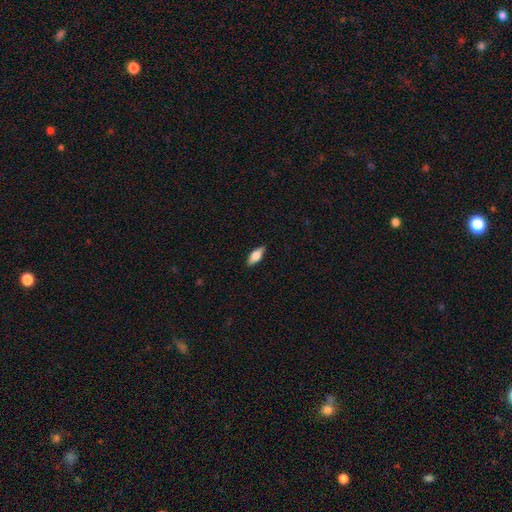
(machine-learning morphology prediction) This is likely a smooth galaxy (72%). How rounded: likely in between (79%). Merging: clearly none (87%).